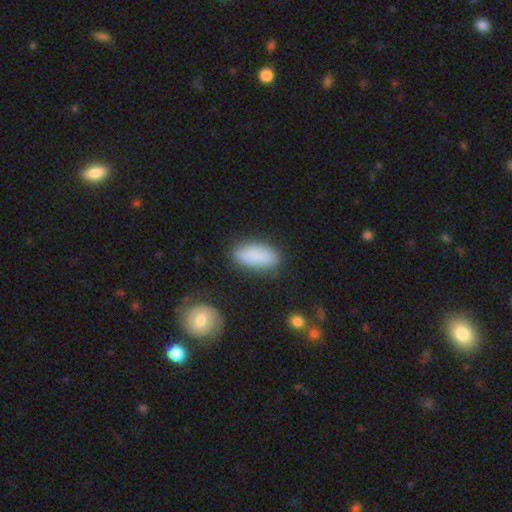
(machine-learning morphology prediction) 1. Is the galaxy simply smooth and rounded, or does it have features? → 85% smooth, 8% featured or disk, 7% star or artifact.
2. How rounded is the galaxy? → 87% in between, 10% cigar-shaped, 3% round.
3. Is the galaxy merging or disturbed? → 77% none, 16% minor disturbance, 4% major disturbance, 3% merger.